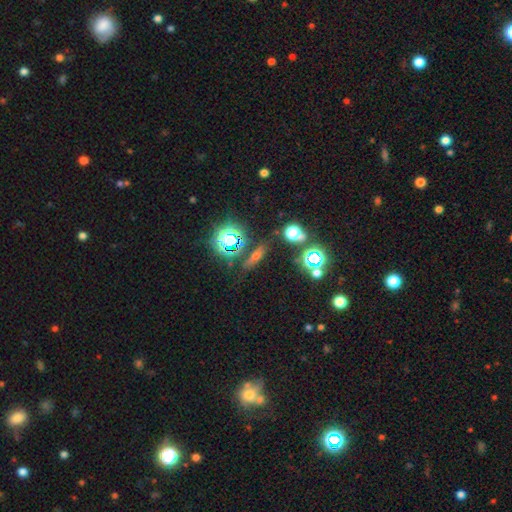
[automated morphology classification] This appears to be a star or artifact, not a galaxy (41%).